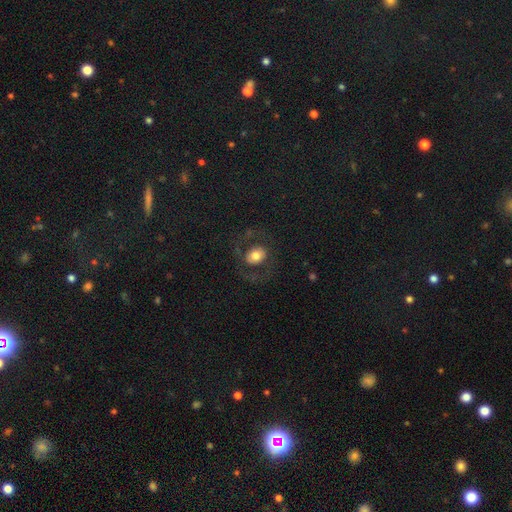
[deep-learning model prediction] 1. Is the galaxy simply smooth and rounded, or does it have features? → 61% smooth, 31% featured or disk, 9% star or artifact.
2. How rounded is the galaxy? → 53% round, 46% in between, 1% cigar-shaped.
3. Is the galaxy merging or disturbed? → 73% none, 14% major disturbance, 12% minor disturbance, 1% merger.